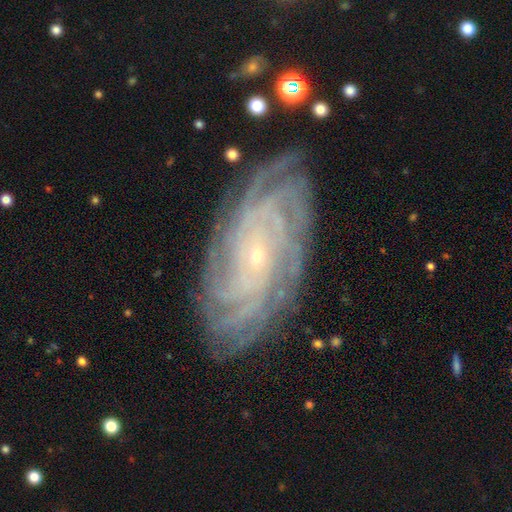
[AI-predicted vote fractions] The model was most divided on "spiral arm count": more than 4: 36%, 4: 21%, can't tell: 17%, 3: 9%, 2: 8%, 1: 8%. More confident: spiral arms — yes (98%); edge-on disk — no (96%); smooth or featured — featured or disk (90%); bulge size — small (86%); spiral winding — tight (84%); merging — none (84%); bar — no (72%).